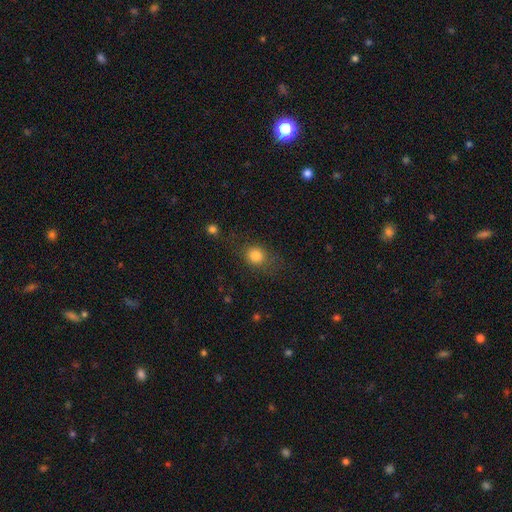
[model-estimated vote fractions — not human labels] Smooth or featured? smooth (81%)
How rounded? round (69%)
Merging? none (68%)